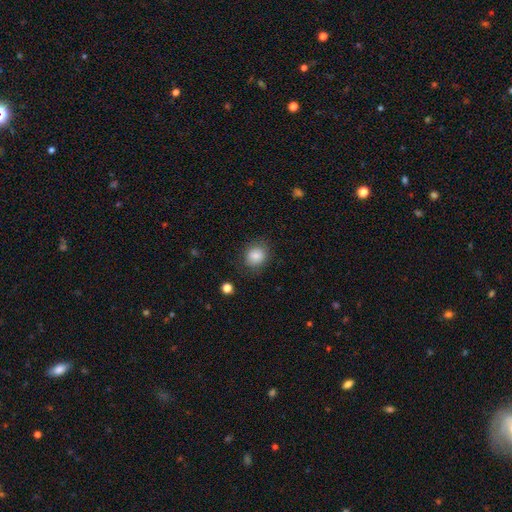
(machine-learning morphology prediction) Smooth or featured?
  - smooth: 84% *
  - star or artifact: 9%
  - featured or disk: 7%
How rounded?
  - round: 74% *
  - in between: 25%
  - cigar-shaped: 1%
Merging?
  - none: 81% *
  - minor disturbance: 13%
  - major disturbance: 5%
  - merger: 1%